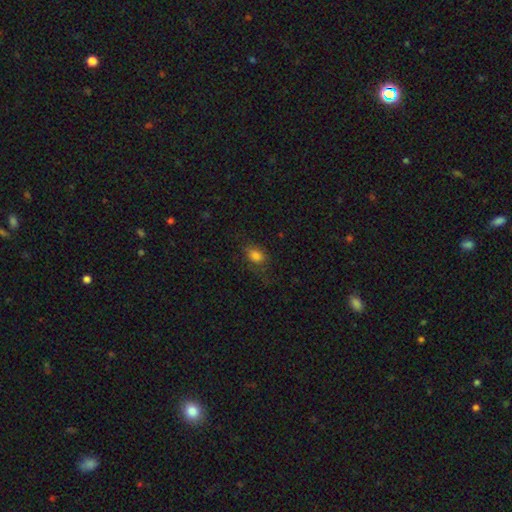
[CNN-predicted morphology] Smooth or featured? smooth (78%)
How rounded? in between (76%)
Merging? none (61%)